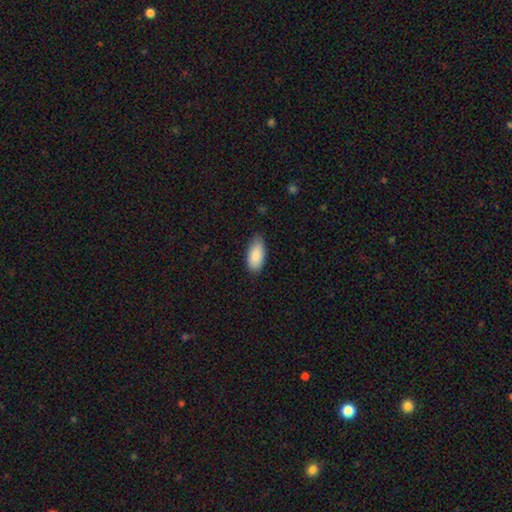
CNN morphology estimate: smooth 88%, featured or disk 6%, star or artifact 6%. Down the decision tree: how rounded — in between (91%); merging — none (77%).